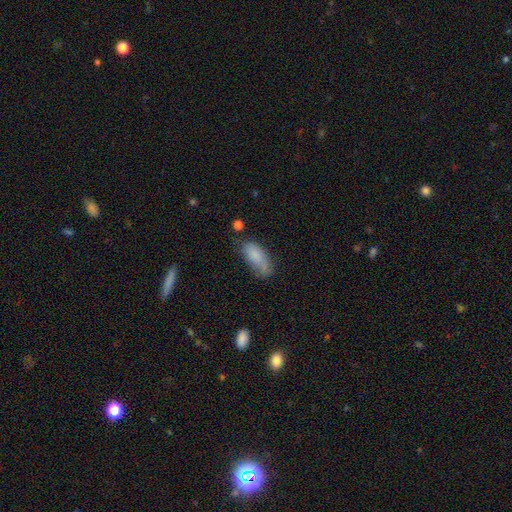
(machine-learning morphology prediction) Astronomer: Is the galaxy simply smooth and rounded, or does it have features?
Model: smooth — 80%.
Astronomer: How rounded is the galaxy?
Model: in between — 86%.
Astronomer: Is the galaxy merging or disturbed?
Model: none — 49% (runner-up: minor disturbance, 32%).